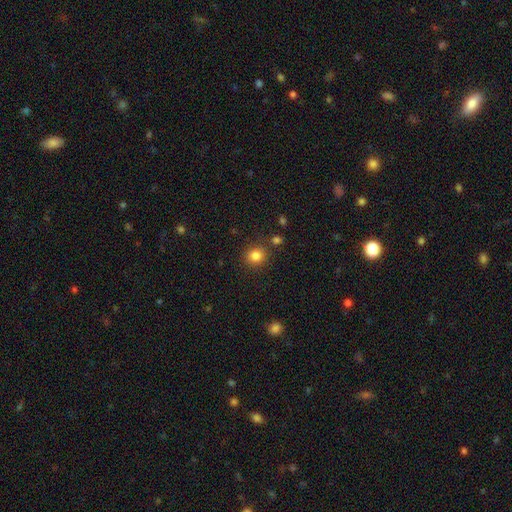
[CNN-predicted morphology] Smooth or featured? smooth (84%)
How rounded? round (80%)
Merging? none (83%)